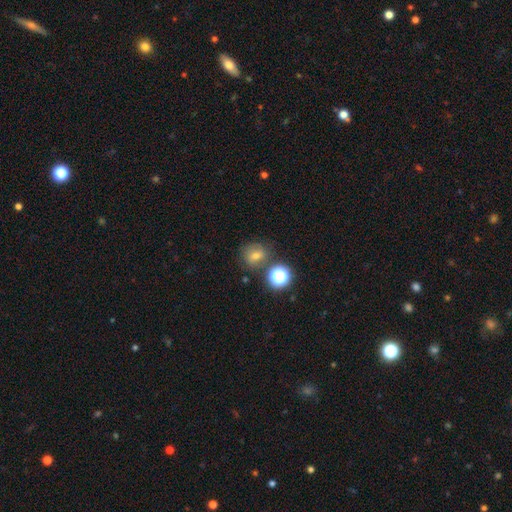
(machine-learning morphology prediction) The model was most divided on "smooth or featured": smooth: 54%, star or artifact: 30%, featured or disk: 16%. More confident: how rounded — round (78%); merging — none (73%).